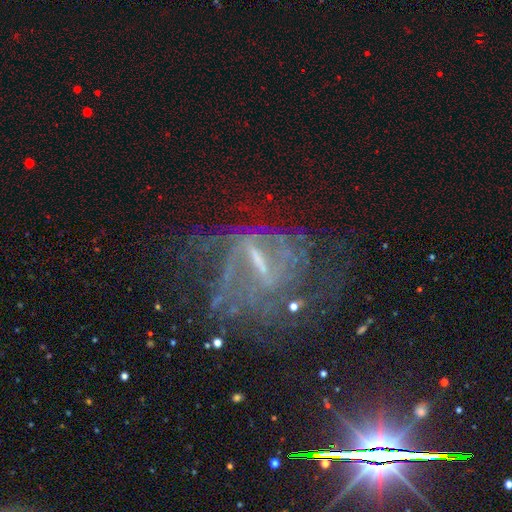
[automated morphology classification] Q: Smooth or featured?
A: featured or disk (64%); runner-up: star or artifact (28%)
Q: Edge-on disk?
A: no (91%); runner-up: yes (9%)
Q: Bar?
A: strong (49%); runner-up: weak (34%)
Q: Spiral arms?
A: yes (74%); runner-up: no (26%)
Q: Bulge size?
A: small (53%); runner-up: none (25%)
Q: Merging?
A: none (47%); runner-up: major disturbance (32%)